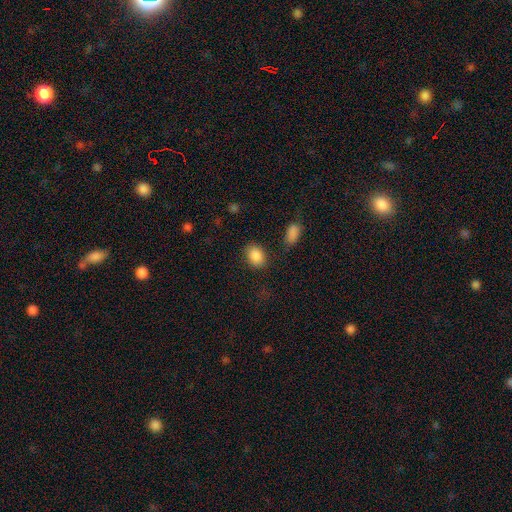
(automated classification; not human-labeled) The model was most divided on "how rounded": in between: 70%, round: 28%, cigar-shaped: 1%. More confident: smooth or featured — smooth (88%); merging — none (79%).